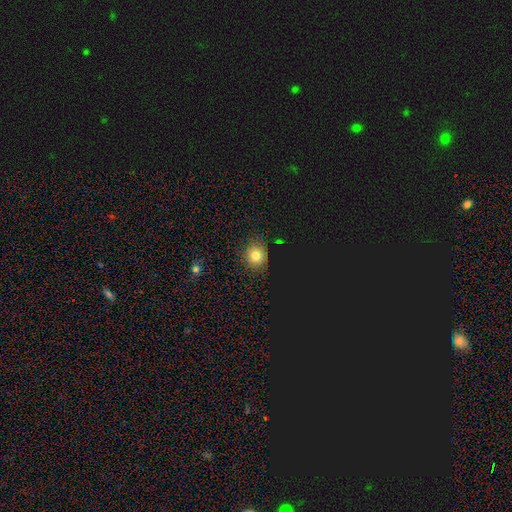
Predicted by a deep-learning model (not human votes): smooth-or-featured: smooth: 75% | star or artifact: 18% | featured or disk: 7%
  how-rounded: round: 83% | in between: 16% | cigar-shaped: 1%
  merging: none: 85% | minor disturbance: 10% | major disturbance: 3% | merger: 2%